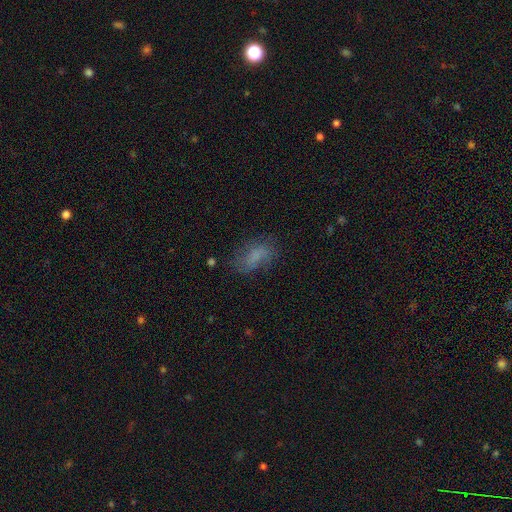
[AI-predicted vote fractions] Smooth or featured? smooth (63%)
How rounded? in between (86%)
Merging? none (59%)